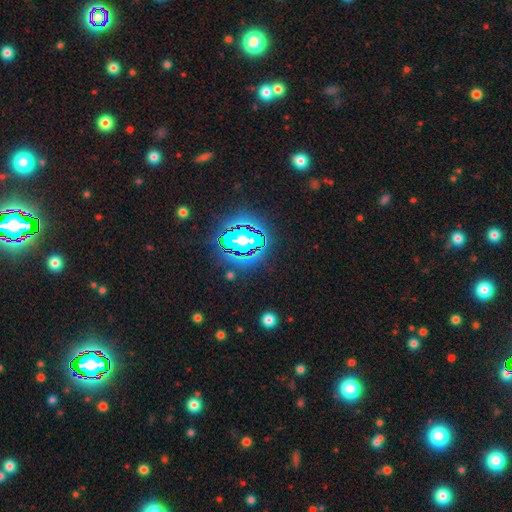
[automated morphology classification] Smooth or featured: star or artifact — 82% (smooth — 11%)